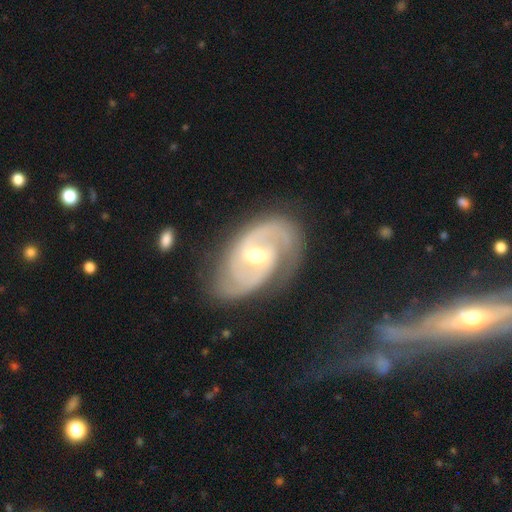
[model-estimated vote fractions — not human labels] Smooth or featured? featured or disk (91%)
Edge-on disk? no (97%)
Bar? weak (54%)
Spiral arms? yes (97%)
Spiral winding? medium (46%)
Spiral arm count? 2 (77%)
Bulge size? moderate (59%)
Merging? none (72%)